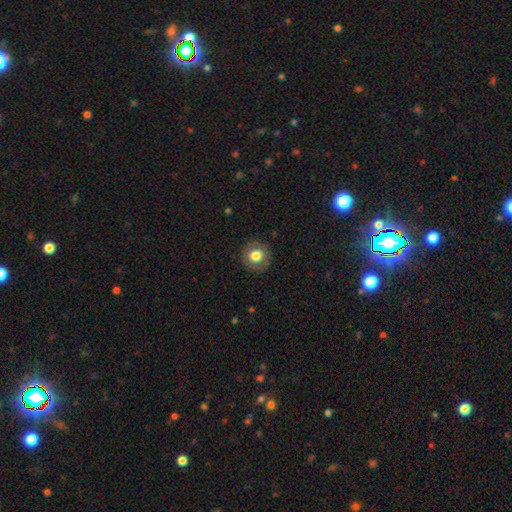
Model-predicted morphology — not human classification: Smooth or featured? smooth (77%)
How rounded? round (93%)
Merging? none (89%)